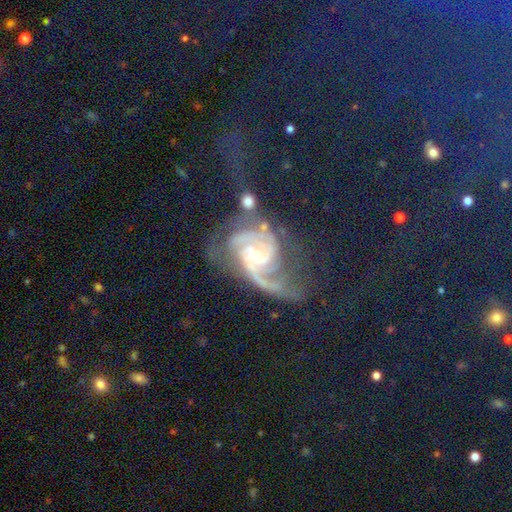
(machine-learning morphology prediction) Smooth or featured: featured or disk — 80% (star or artifact — 13%)
Edge-on disk: no — 97% (yes — 3%)
Bar: no — 54% (weak — 34%)
Spiral arms: yes — 97% (no — 3%)
Spiral winding: medium — 48% (tight — 33%)
Spiral arm count: 2 — 55% (3 — 16%)
Bulge size: small — 58% (moderate — 37%)
Merging: none — 44% (major disturbance — 26%)